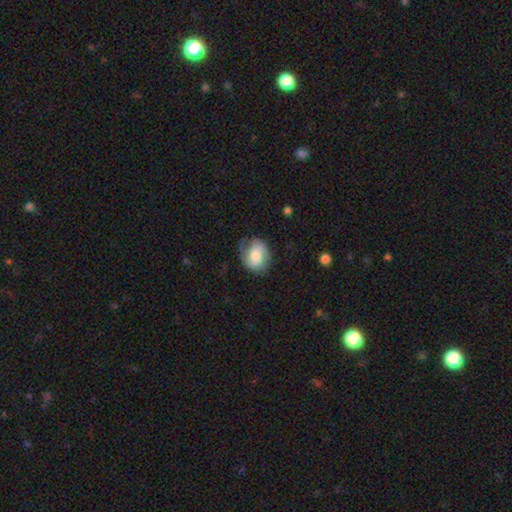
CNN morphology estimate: Smooth or featured?
  - smooth: 54% *
  - featured or disk: 38%
  - star or artifact: 7%
How rounded?
  - in between: 53% *
  - round: 46%
  - cigar-shaped: 1%
Merging?
  - none: 59% *
  - minor disturbance: 27%
  - major disturbance: 13%
  - merger: 1%